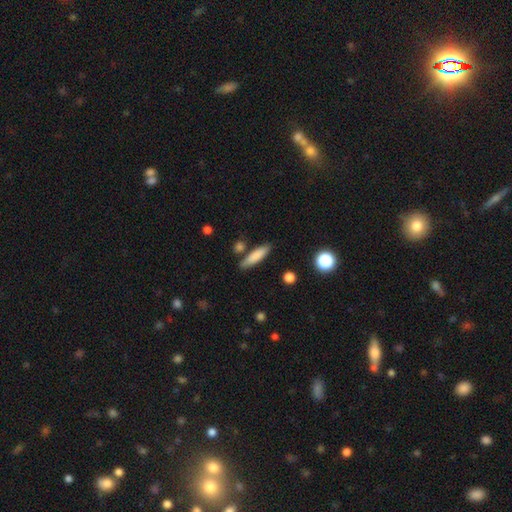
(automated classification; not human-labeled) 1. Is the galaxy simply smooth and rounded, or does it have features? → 82% smooth, 12% featured or disk, 6% star or artifact.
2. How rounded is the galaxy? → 75% cigar-shaped, 23% in between, 2% round.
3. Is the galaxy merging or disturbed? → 81% none, 11% minor disturbance, 6% merger, 2% major disturbance.